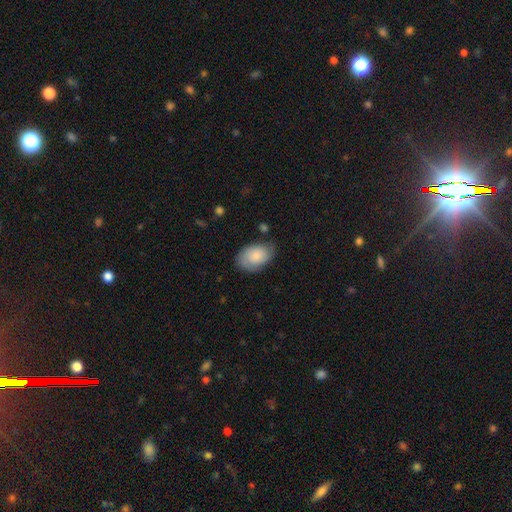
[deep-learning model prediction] This appears to be a smooth galaxy with no disk features (71%) that is in between round and cigar-shaped (89%). Merging: none (69%).